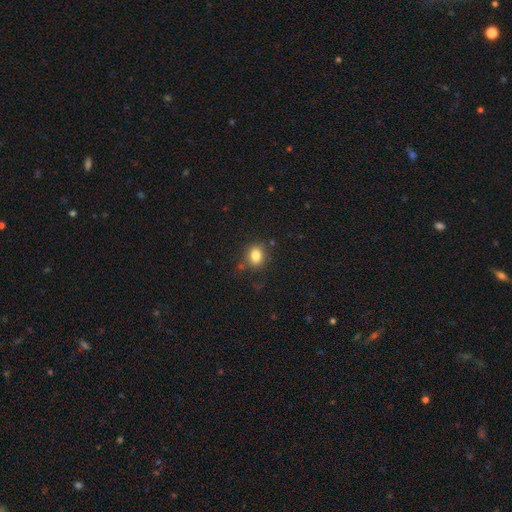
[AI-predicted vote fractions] This is clearly a smooth galaxy (81%). How rounded: possibly round (56%). Merging: clearly none (80%).